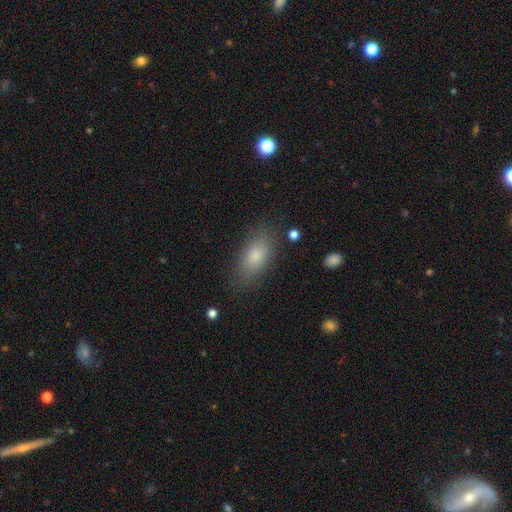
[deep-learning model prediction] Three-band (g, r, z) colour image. It shows a smooth galaxy with no disk features (80%) that is in between round and cigar-shaped (87%). Merging: none (82%).